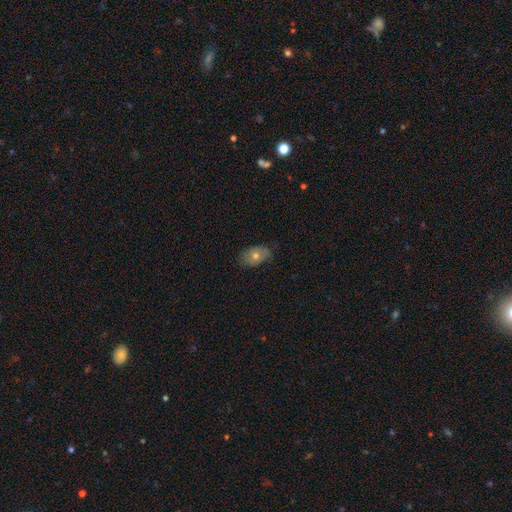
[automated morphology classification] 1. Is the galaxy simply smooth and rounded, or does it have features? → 54% smooth, 36% featured or disk, 10% star or artifact.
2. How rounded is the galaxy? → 85% in between, 13% round, 2% cigar-shaped.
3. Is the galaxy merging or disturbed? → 78% none, 17% minor disturbance, 4% major disturbance, 1% merger.